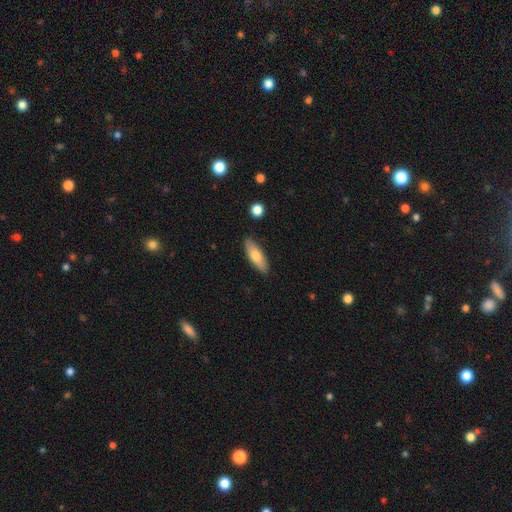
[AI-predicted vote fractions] smooth_or_featured: smooth (p=0.73) [alt: featured or disk p=0.21]
how_rounded: in between (p=0.61) [alt: cigar-shaped p=0.37]
merging: none (p=0.87) [alt: minor disturbance p=0.10]